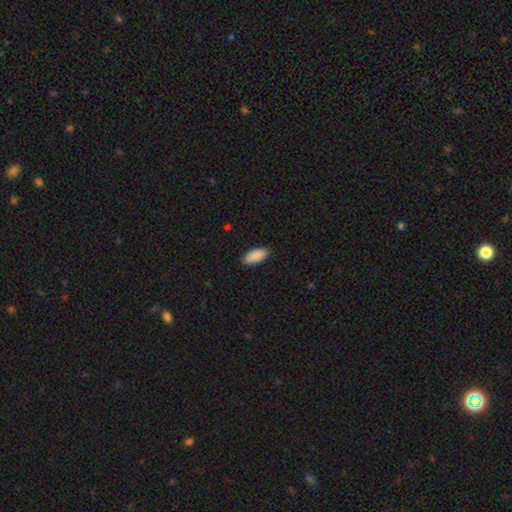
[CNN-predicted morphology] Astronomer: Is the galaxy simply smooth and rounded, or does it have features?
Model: smooth — 91%.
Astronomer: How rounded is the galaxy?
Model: in between — 90%.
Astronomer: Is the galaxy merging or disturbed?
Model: none — 89%.